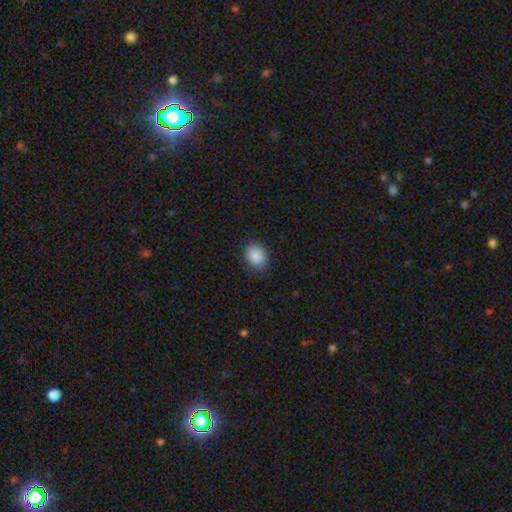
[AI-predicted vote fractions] Morphology: type=smooth (88%); roundness=in between (54%); merging=none (87%).